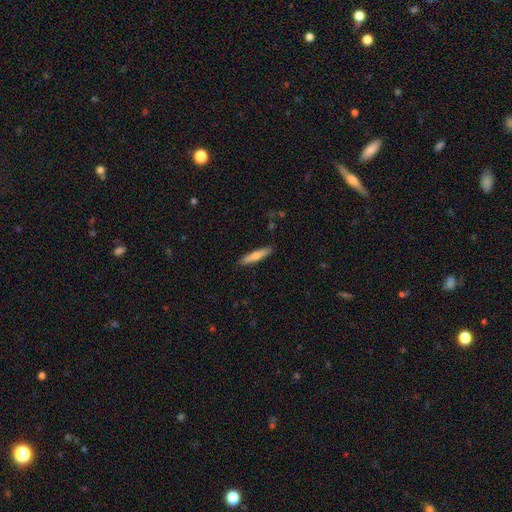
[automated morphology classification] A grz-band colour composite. It shows a smooth galaxy with no disk features (63%) that is cigar-shaped (88%). Merging: none (89%).